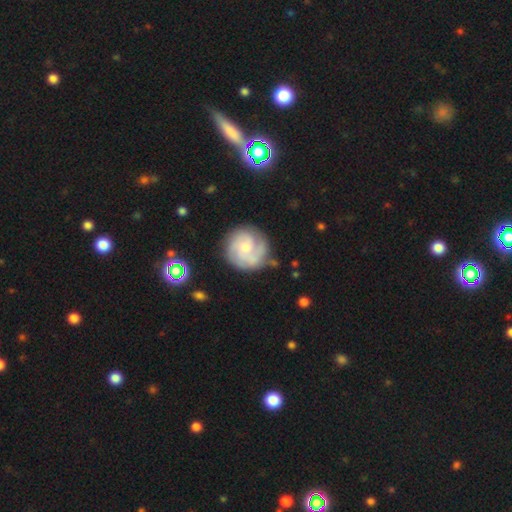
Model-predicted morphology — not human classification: Smooth or featured? featured or disk (69%)
Edge-on disk? no (98%)
Bar? no (67%)
Spiral arms? yes (91%)
Spiral winding? tight (53%)
Spiral arm count? 2 (31%)
Bulge size? small (50%)
Merging? none (70%)